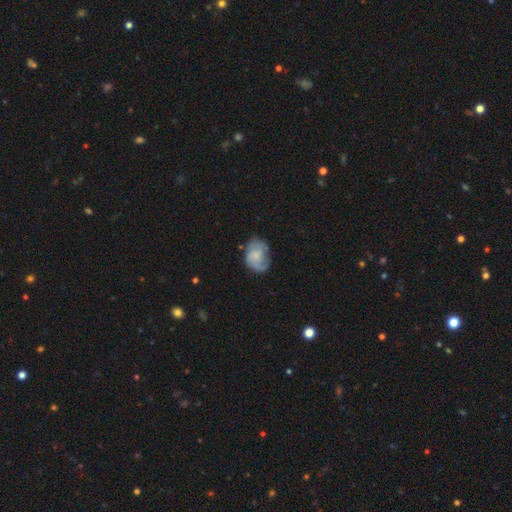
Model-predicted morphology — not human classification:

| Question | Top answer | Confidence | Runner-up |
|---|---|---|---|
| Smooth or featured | featured or disk | 53% | smooth (40%) |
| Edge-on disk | no | 97% | yes (3%) |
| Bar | no | 71% | weak (26%) |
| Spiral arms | yes | 82% | no (18%) |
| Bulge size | small | 46% | moderate (27%) |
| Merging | none | 59% | minor disturbance (26%) |